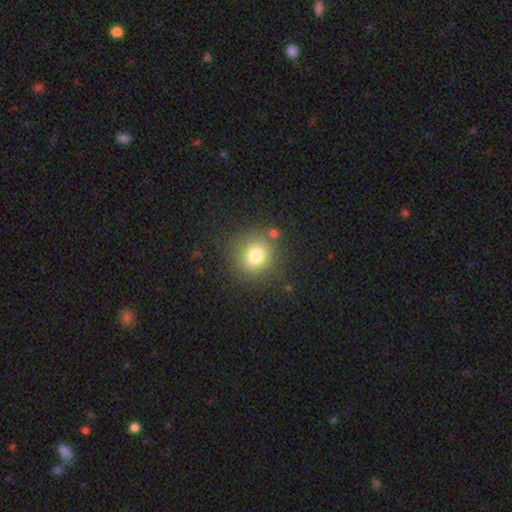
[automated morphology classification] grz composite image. It shows a smooth galaxy with no disk features (78%) that is round (89%). Merging: none (83%).